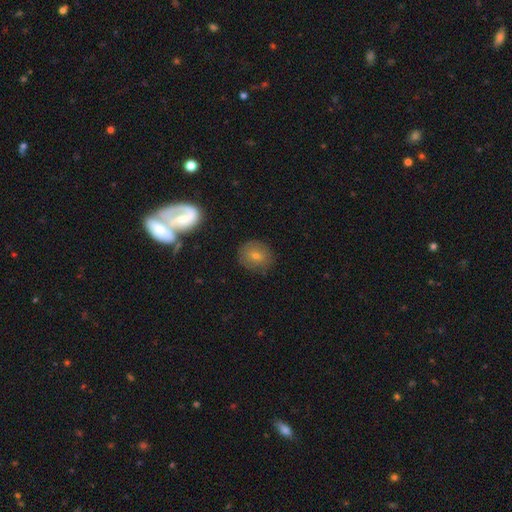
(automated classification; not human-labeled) smooth 53%, featured or disk 35%, star or artifact 13%. Down the decision tree: how rounded — round (82%); merging — none (76%).